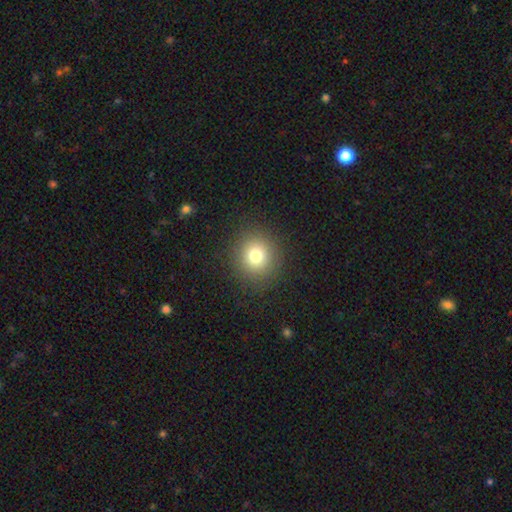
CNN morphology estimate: A smooth galaxy with no disk features (77%) that is round (91%). Merging: none (90%).